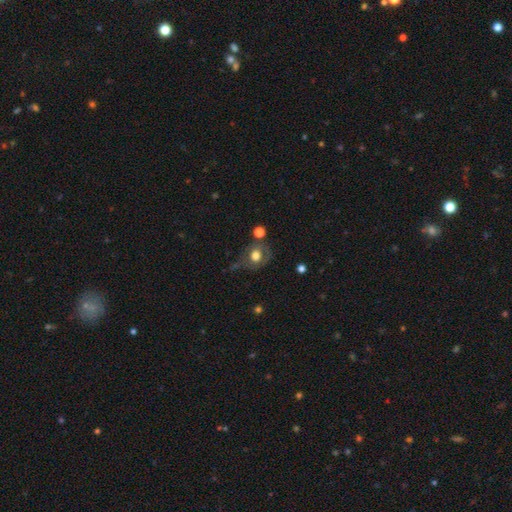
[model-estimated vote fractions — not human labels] Smooth or featured?
  - smooth: 61% *
  - featured or disk: 28%
  - star or artifact: 11%
How rounded?
  - round: 68% *
  - in between: 31%
  - cigar-shaped: 1%
Merging?
  - none: 50% *
  - minor disturbance: 23%
  - major disturbance: 18%
  - merger: 10%